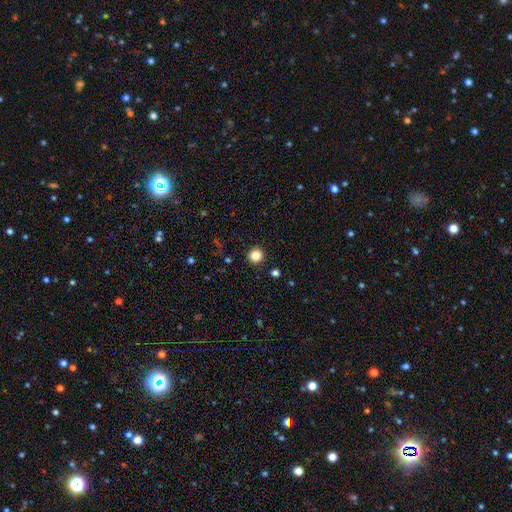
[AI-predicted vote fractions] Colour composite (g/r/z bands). It shows a smooth galaxy with no disk features (85%) that is round (93%). Merging: none (92%).